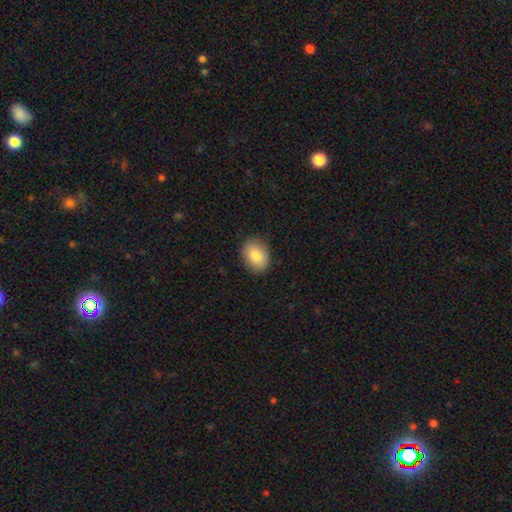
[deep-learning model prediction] Morphology: type=smooth (84%); roundness=in between (62%); merging=none (87%).